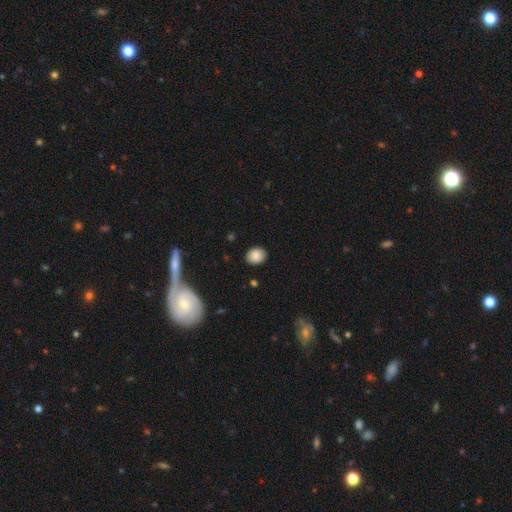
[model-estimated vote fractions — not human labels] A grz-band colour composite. It shows a smooth galaxy with no disk features (86%) that is round (58%). Merging: none (87%).